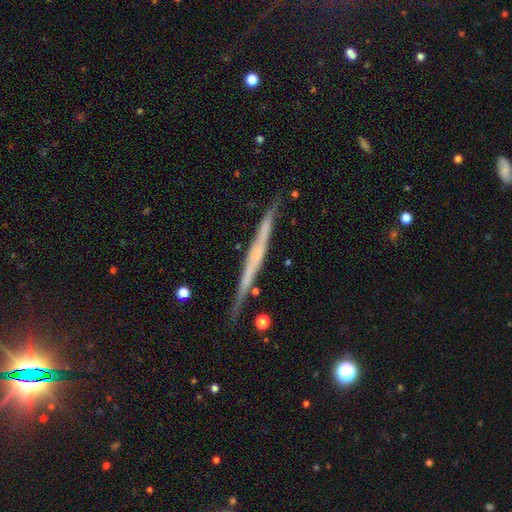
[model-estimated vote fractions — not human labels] The model was most divided on "edge-on bulge": none: 68%, rounded: 23%, boxy: 9%. More confident: edge-on disk — yes (97%); merging — none (84%); smooth or featured — featured or disk (71%).